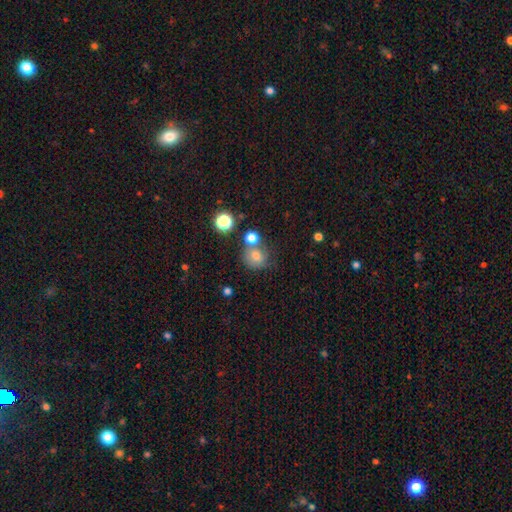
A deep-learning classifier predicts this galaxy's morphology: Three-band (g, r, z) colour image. It shows a smooth galaxy with no disk features (73%) that is round (82%). Merging: none (55%).